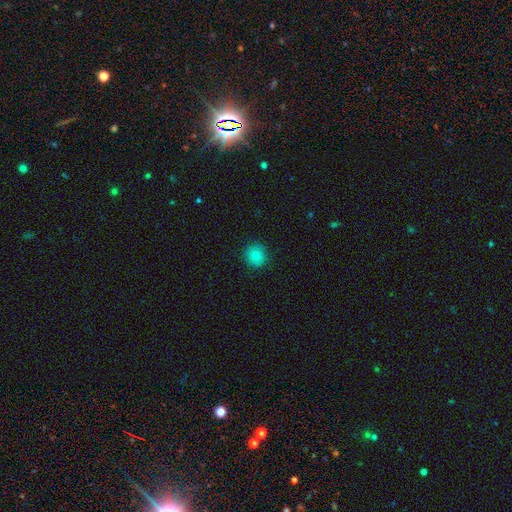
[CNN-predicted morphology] The model was most divided on "smooth or featured": smooth: 78%, featured or disk: 11%, star or artifact: 11%. More confident: how rounded — round (94%); merging — none (90%).